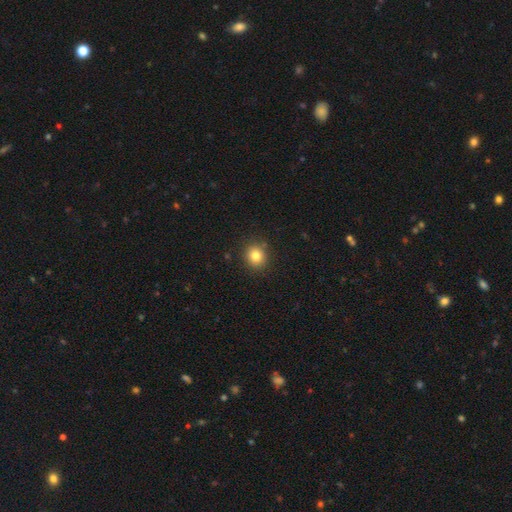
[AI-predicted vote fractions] Smooth or featured? smooth (82%)
How rounded? round (82%)
Merging? none (88%)